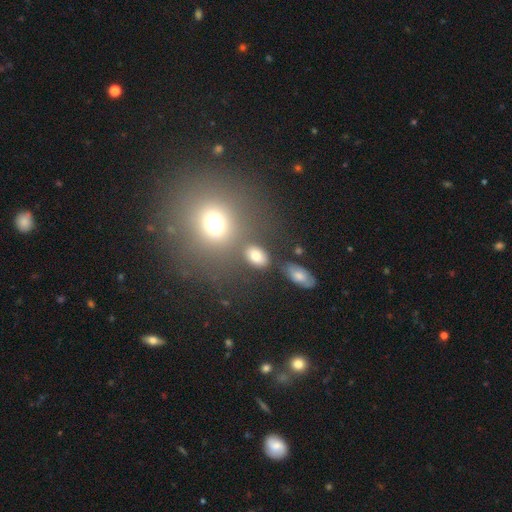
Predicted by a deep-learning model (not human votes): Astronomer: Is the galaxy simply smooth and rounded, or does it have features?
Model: smooth — 76%.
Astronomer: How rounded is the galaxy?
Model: in between — 79%.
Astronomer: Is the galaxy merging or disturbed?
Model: none — 74%.